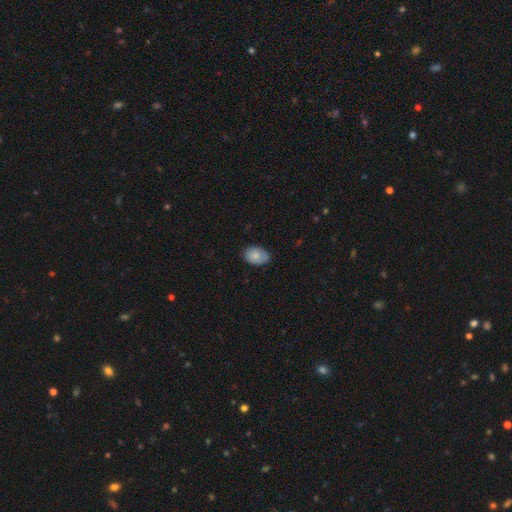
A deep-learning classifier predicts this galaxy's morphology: smooth 81%, featured or disk 12%, star or artifact 7%. Down the decision tree: how rounded — in between (85%); merging — none (80%).